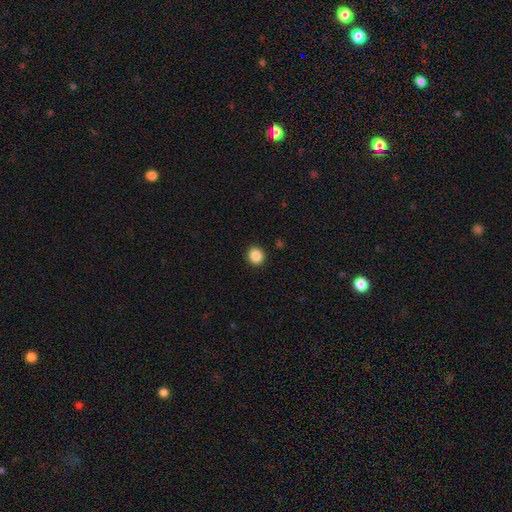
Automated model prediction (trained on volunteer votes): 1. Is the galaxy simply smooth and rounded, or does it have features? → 87% smooth, 10% star or artifact, 3% featured or disk.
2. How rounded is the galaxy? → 86% round, 13% in between, 1% cigar-shaped.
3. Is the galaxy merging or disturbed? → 92% none, 5% minor disturbance, 2% major disturbance, 1% merger.